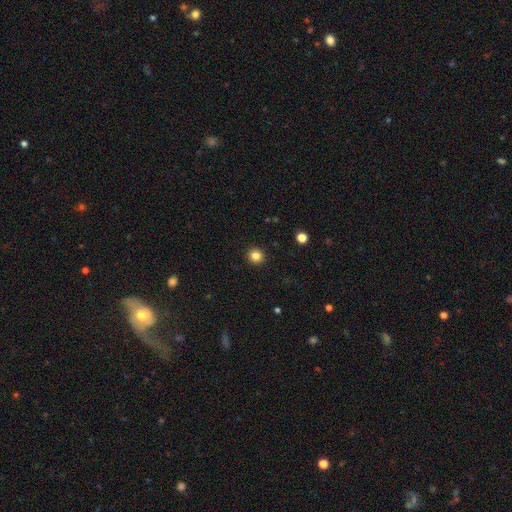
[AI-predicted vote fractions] Smooth or featured: smooth — 84% (star or artifact — 12%)
How rounded: round — 93% (in between — 7%)
Merging: none — 93% (minor disturbance — 5%)